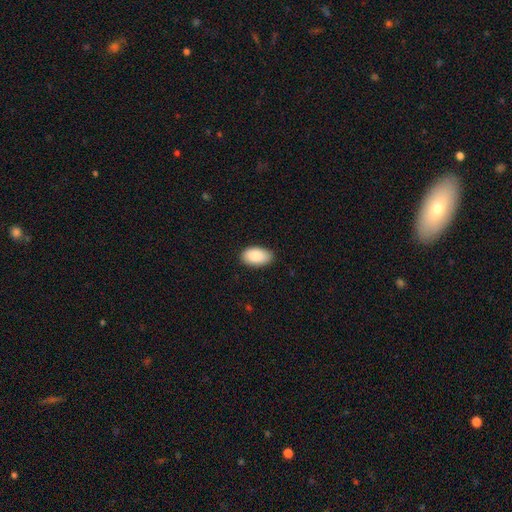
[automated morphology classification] A smooth galaxy with no disk features (90%) that is in between round and cigar-shaped (95%). Merging: none (86%).